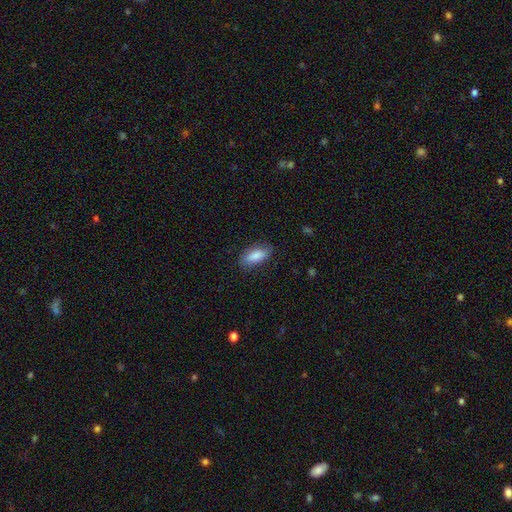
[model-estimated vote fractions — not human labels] This appears to be a smooth galaxy with no disk features (86%) that is in between round and cigar-shaped (84%). Merging: none (81%).